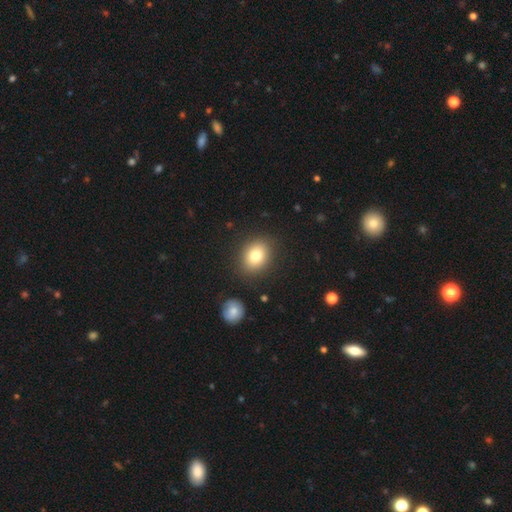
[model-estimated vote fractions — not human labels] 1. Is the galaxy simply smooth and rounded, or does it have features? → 81% smooth, 10% star or artifact, 10% featured or disk.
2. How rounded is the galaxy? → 53% in between, 46% round, 1% cigar-shaped.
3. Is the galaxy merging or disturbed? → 85% none, 9% minor disturbance, 3% major disturbance, 3% merger.